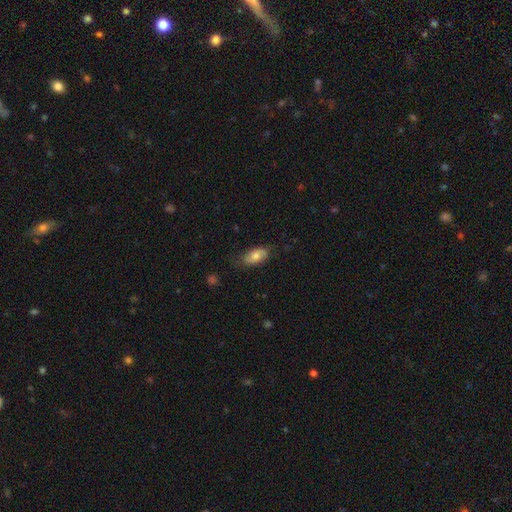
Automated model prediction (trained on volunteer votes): A smooth galaxy with no disk features (68%) that is in between round and cigar-shaped (91%). Merging: none (71%).